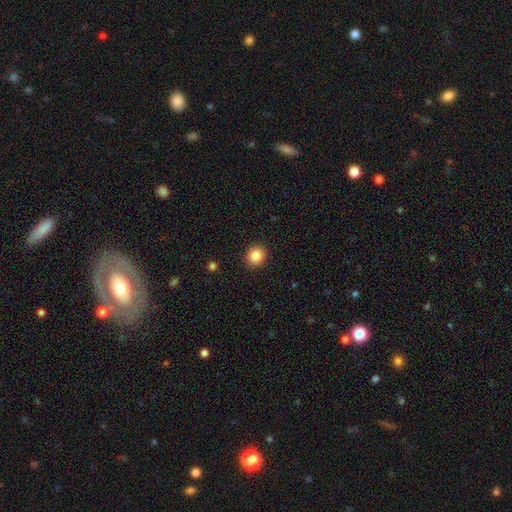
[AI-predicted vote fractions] Morphology: type=smooth (85%); roundness=round (88%); merging=none (92%).